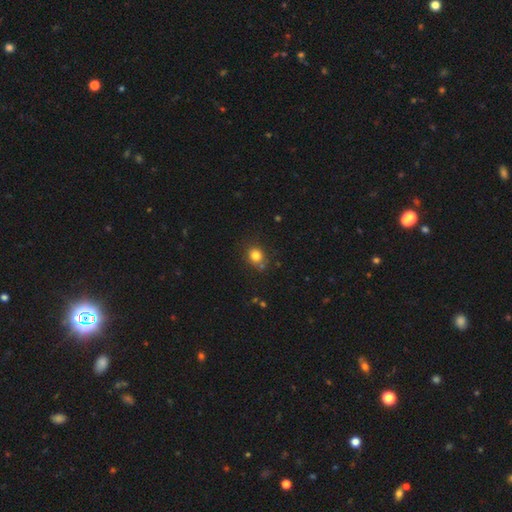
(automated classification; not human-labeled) Smooth or featured? Predicted: smooth (p=0.80). How rounded? Predicted: round (p=0.76). Merging? Predicted: none (p=0.76).